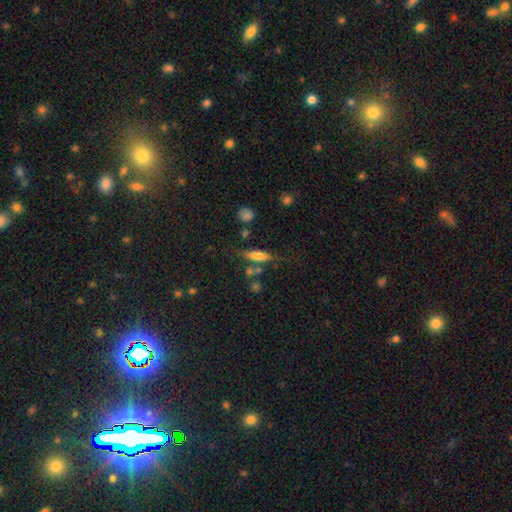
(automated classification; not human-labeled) Q: Smooth or featured?
A: smooth (68%); runner-up: featured or disk (24%)
Q: How rounded?
A: cigar-shaped (57%); runner-up: in between (40%)
Q: Merging?
A: none (63%); runner-up: minor disturbance (17%)